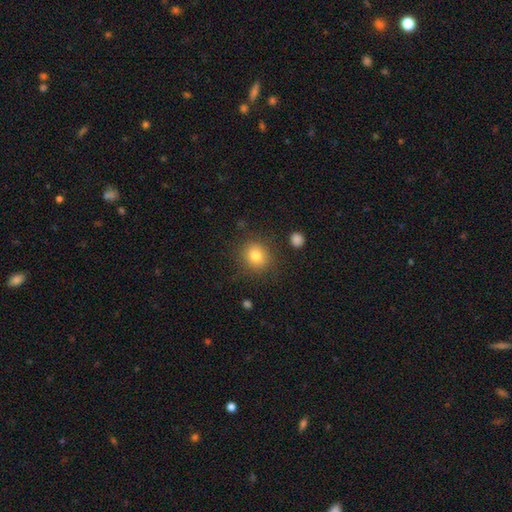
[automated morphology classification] Smooth or featured? smooth (79%)
How rounded? round (86%)
Merging? none (85%)